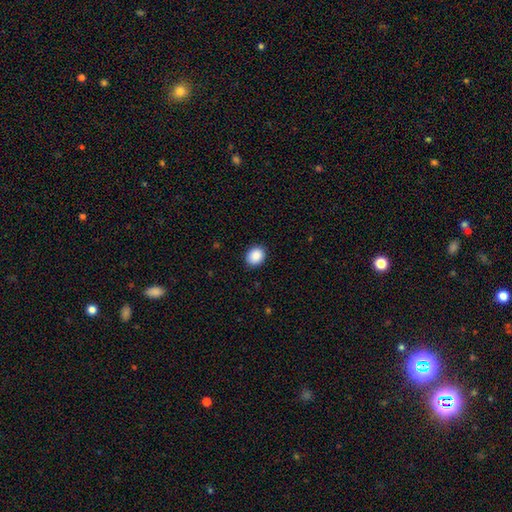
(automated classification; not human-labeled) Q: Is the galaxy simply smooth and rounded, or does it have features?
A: smooth — 89%.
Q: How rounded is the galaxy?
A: round — 55%.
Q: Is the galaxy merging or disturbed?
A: none — 90%.